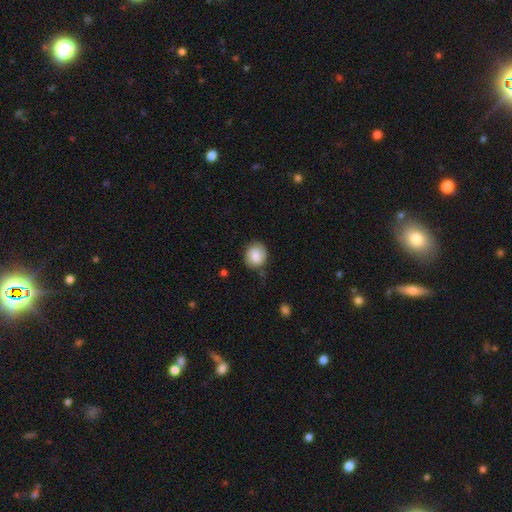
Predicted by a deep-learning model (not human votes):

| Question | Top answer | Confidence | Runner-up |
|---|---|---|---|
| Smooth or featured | smooth | 76% | featured or disk (17%) |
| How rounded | round | 75% | in between (24%) |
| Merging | none | 76% | minor disturbance (18%) |